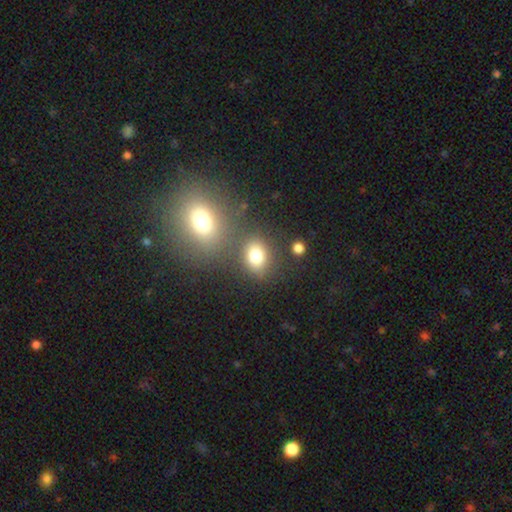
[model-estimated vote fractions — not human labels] This is likely a smooth galaxy (79%). How rounded: possibly in between (54%). Merging: likely none (72%).